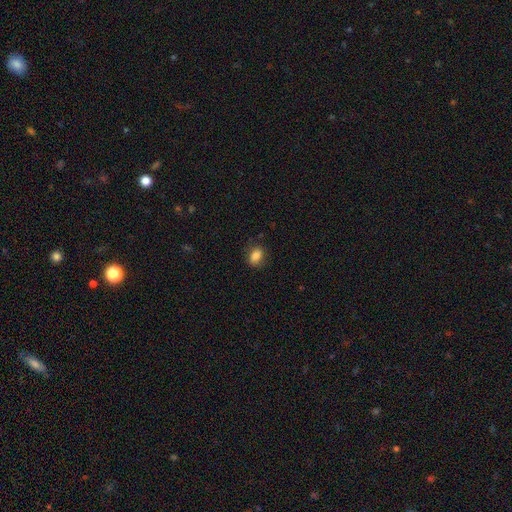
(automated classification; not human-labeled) A smooth galaxy with no disk features (85%) that is in between round and cigar-shaped (75%).

Vote fractions:
- Smooth or featured? smooth: 85% / star or artifact: 9% / featured or disk: 6%
- How rounded? in between: 75% / round: 23% / cigar-shaped: 2%
- Merging? none: 80% / minor disturbance: 15% / major disturbance: 4% / merger: 1%